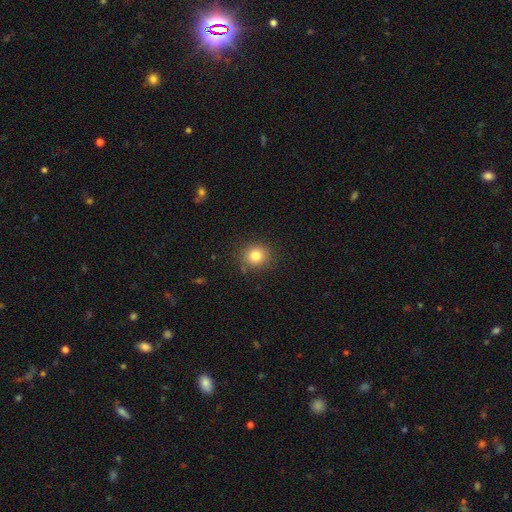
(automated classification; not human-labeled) Morphology: type=smooth (81%); roundness=round (84%); merging=none (85%).